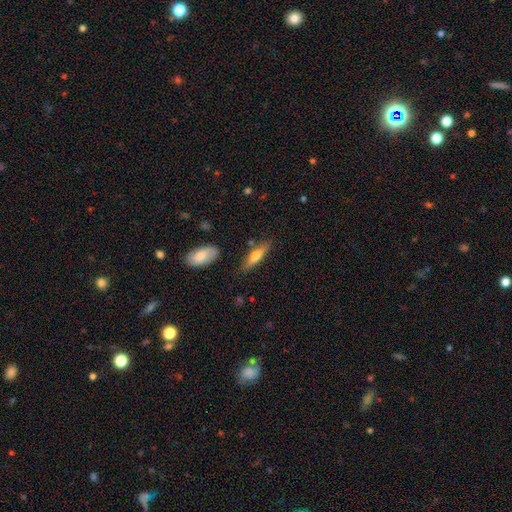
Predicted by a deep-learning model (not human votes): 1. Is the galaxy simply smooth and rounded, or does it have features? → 59% smooth, 35% featured or disk, 6% star or artifact.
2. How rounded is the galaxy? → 68% cigar-shaped, 30% in between, 2% round.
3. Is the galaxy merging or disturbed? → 81% none, 12% minor disturbance, 4% merger, 3% major disturbance.